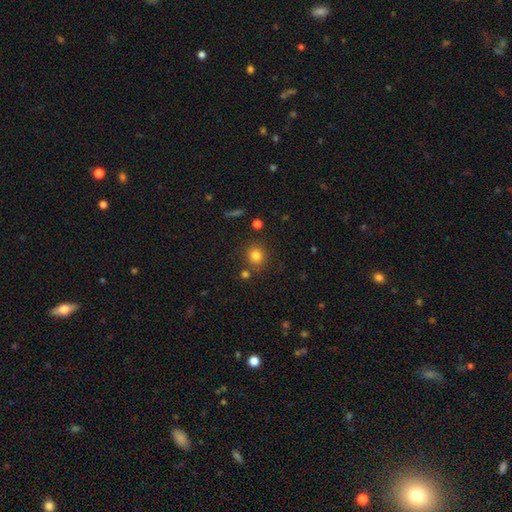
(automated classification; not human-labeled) The model was most divided on "smooth or featured": smooth: 80%, star or artifact: 13%, featured or disk: 7%. More confident: how rounded — round (88%); merging — none (80%).